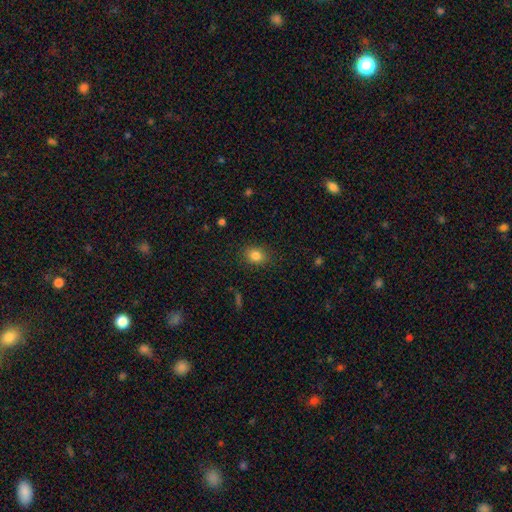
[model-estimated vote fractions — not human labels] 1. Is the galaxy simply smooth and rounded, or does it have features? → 83% smooth, 11% star or artifact, 6% featured or disk.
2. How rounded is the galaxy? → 50% round, 49% in between, 1% cigar-shaped.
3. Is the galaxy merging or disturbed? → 86% none, 10% minor disturbance, 3% major disturbance, 1% merger.